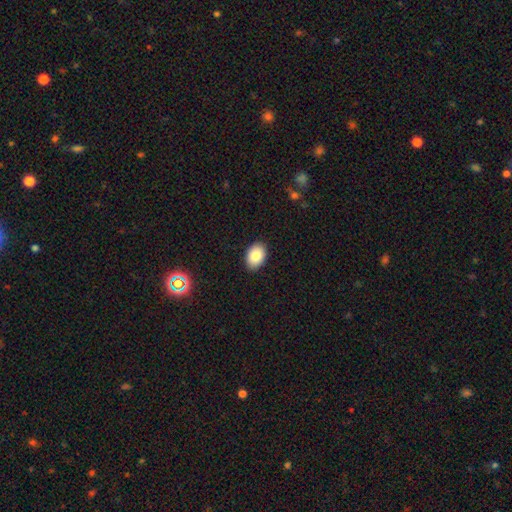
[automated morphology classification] Q: Smooth or featured?
A: smooth (85%); runner-up: star or artifact (8%)
Q: How rounded?
A: in between (86%); runner-up: round (13%)
Q: Merging?
A: none (89%); runner-up: minor disturbance (8%)